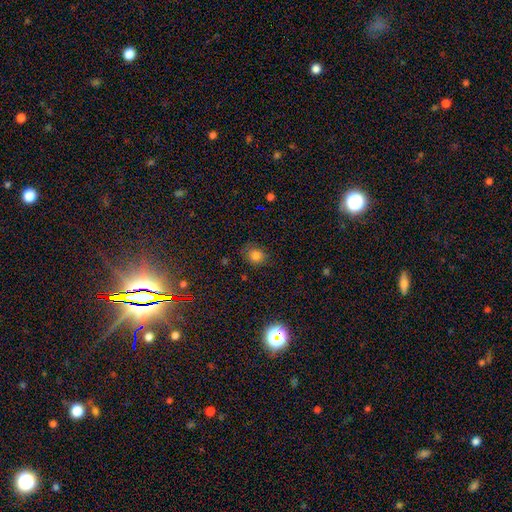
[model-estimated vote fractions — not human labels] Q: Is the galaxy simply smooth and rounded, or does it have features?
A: smooth — 78%.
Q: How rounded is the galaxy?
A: round — 66%.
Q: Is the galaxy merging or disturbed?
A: none — 76%.